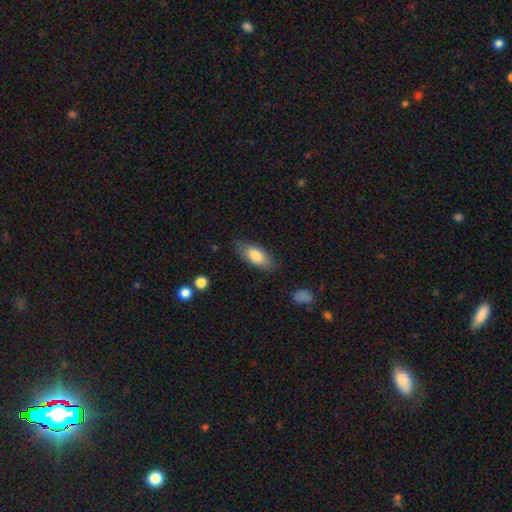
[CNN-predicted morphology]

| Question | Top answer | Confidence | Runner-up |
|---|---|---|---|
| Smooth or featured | smooth | 82% | featured or disk (12%) |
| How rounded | in between | 85% | cigar-shaped (13%) |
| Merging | none | 79% | minor disturbance (16%) |